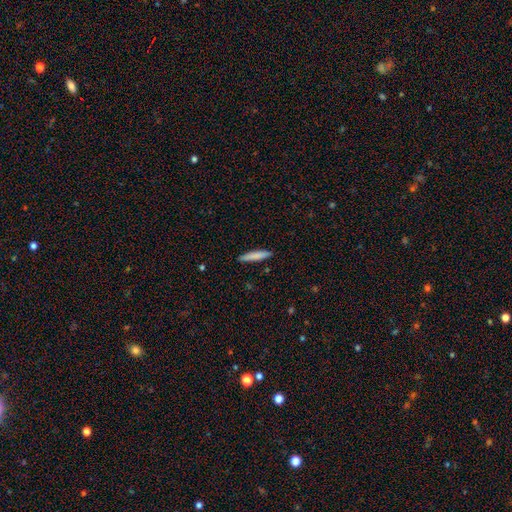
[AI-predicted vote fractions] The model was most divided on "smooth or featured": smooth: 81%, featured or disk: 13%, star or artifact: 6%. More confident: how rounded — cigar-shaped (91%); merging — none (89%).